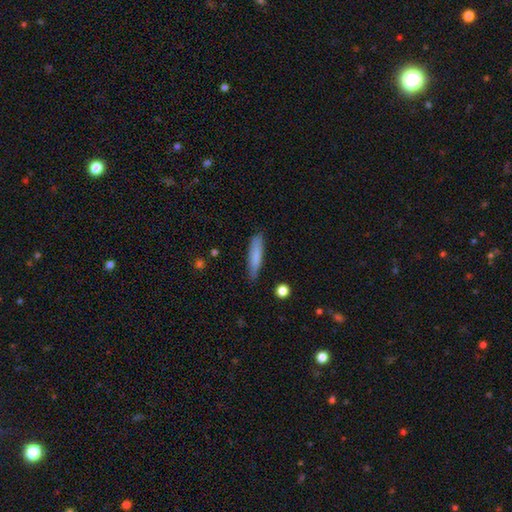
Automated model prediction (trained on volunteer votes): This is likely a smooth galaxy (79%). How rounded: clearly cigar-shaped (84%). Merging: clearly none (82%).